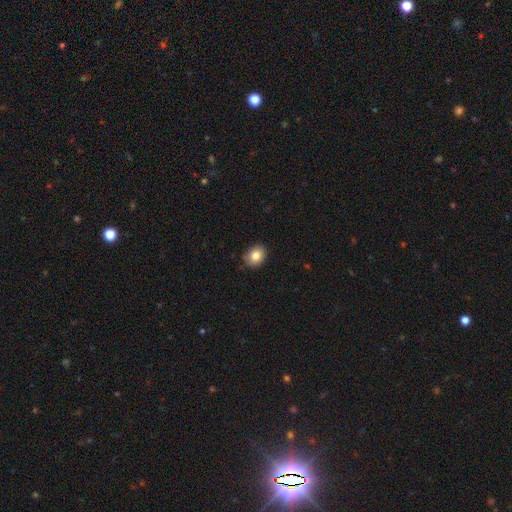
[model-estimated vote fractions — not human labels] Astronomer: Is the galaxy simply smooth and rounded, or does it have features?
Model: smooth — 84%.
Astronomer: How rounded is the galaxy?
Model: in between — 50% (runner-up: round, 49%).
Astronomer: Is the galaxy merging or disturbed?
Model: none — 83%.